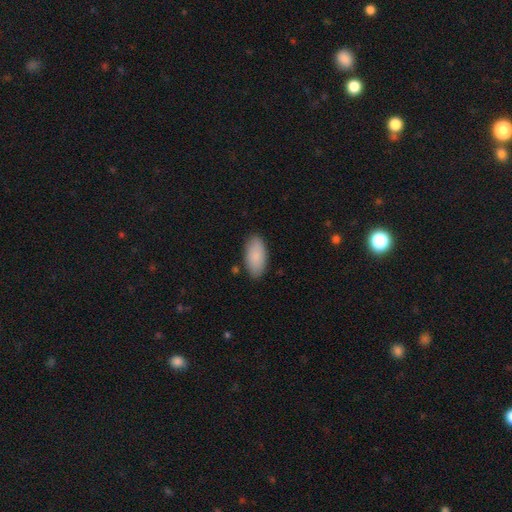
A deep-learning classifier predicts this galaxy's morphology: Smooth or featured? Predicted: smooth (p=0.88). How rounded? Predicted: in between (p=0.93). Merging? Predicted: none (p=0.85).